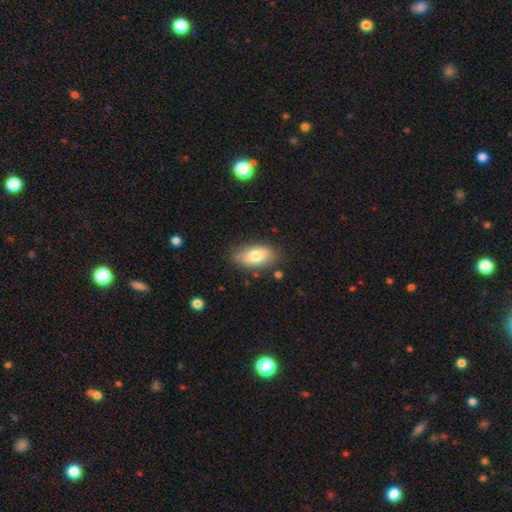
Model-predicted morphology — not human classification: The model was most divided on "merging": none: 75%, minor disturbance: 18%, major disturbance: 4%, merger: 3%. More confident: how rounded — in between (92%); smooth or featured — smooth (76%).